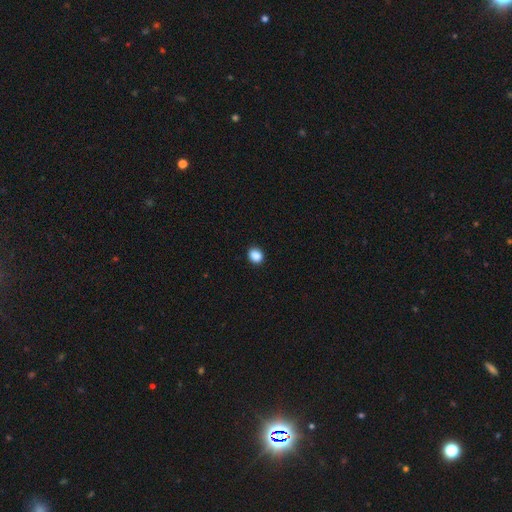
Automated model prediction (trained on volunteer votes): Smooth or featured: smooth — 88% (star or artifact — 9%)
How rounded: round — 61% (in between — 38%)
Merging: none — 90% (minor disturbance — 7%)